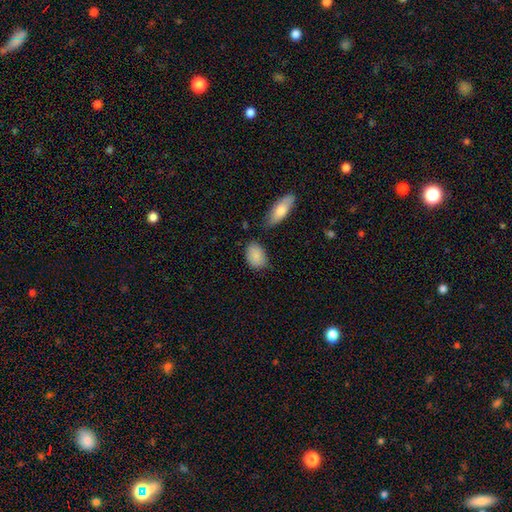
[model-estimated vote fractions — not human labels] Smooth or featured: smooth — 87% (star or artifact — 7%)
How rounded: in between — 85% (round — 13%)
Merging: none — 70% (minor disturbance — 19%)